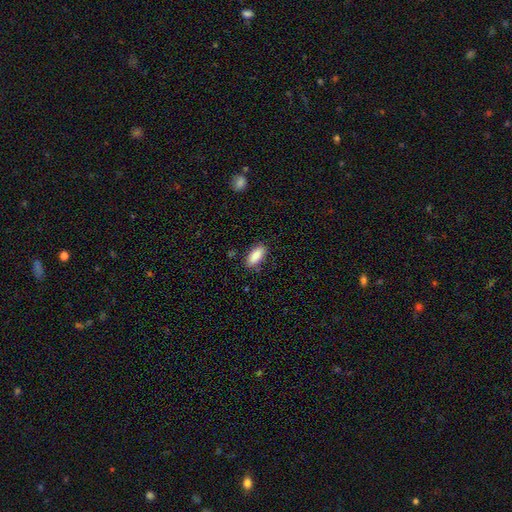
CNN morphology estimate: A smooth galaxy with no disk features (88%) that is in between round and cigar-shaped (85%).

Vote fractions:
- Smooth or featured? smooth: 88% / star or artifact: 7% / featured or disk: 5%
- How rounded? in between: 85% / cigar-shaped: 13% / round: 2%
- Merging? none: 85% / minor disturbance: 11% / major disturbance: 3% / merger: 1%